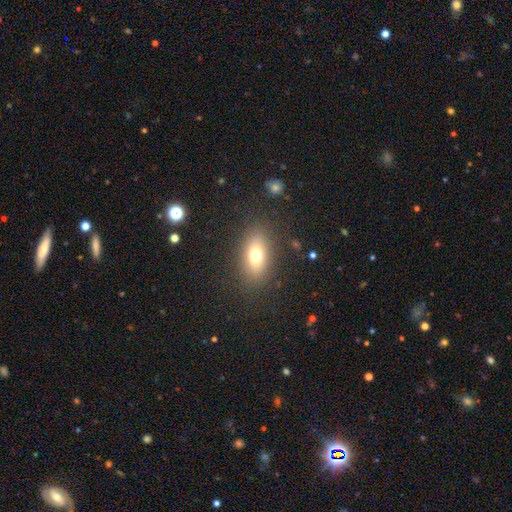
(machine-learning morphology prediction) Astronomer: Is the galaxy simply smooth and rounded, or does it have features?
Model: smooth — 70%.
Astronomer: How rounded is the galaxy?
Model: in between — 81%.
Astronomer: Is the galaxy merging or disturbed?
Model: none — 83%.